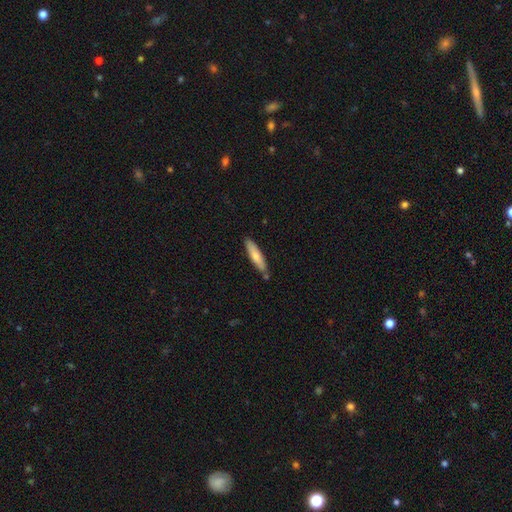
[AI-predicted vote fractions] Smooth or featured? smooth (70%)
How rounded? cigar-shaped (80%)
Merging? none (77%)